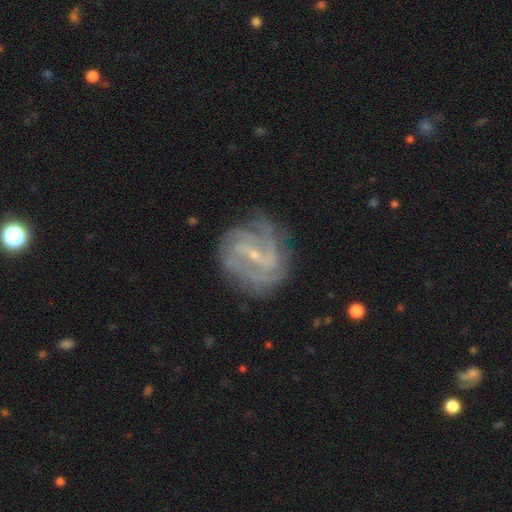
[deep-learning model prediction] smooth-or-featured: featured or disk: 87% | star or artifact: 7% | smooth: 6%
  disk-edge-on: no: 97% | yes: 3%
    bar: weak: 46% | strong: 35% | no: 18%
    has-spiral-arms: yes: 96% | no: 4%
      spiral-winding: tight: 48% | medium: 41% | loose: 11%
      spiral-arm-count: 2: 27% | can't tell: 23% | 3: 22% | 4: 15% | more than 4: 7% | 1: 6%
    bulge-size: small: 79% | moderate: 15% | none: 4% | large: 1% | dominant: 1%
  merging: none: 75% | minor disturbance: 16% | major disturbance: 7% | merger: 2%